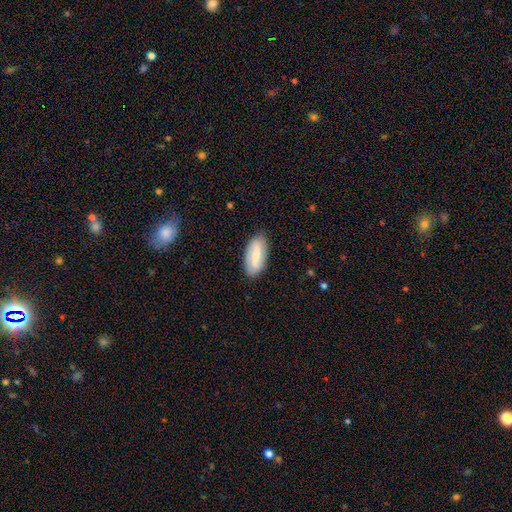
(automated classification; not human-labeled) This is possibly a smooth galaxy (50%). Merging: clearly none (84%).